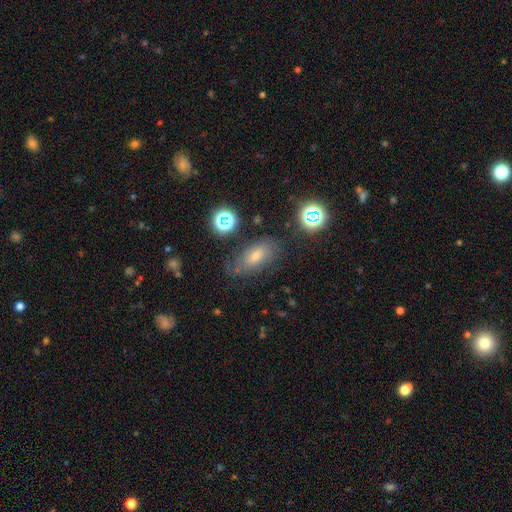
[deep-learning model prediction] A smooth galaxy with no disk features (52%) that is in between round and cigar-shaped (83%). Merging: none (71%).